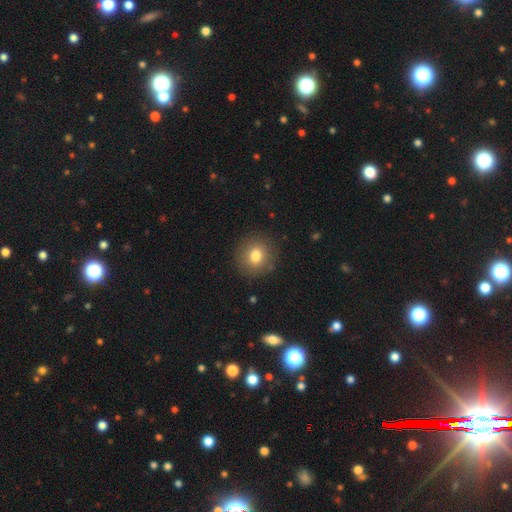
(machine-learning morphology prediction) Smooth or featured: smooth — 79% (star or artifact — 11%)
How rounded: round — 89% (in between — 10%)
Merging: none — 89% (minor disturbance — 7%)